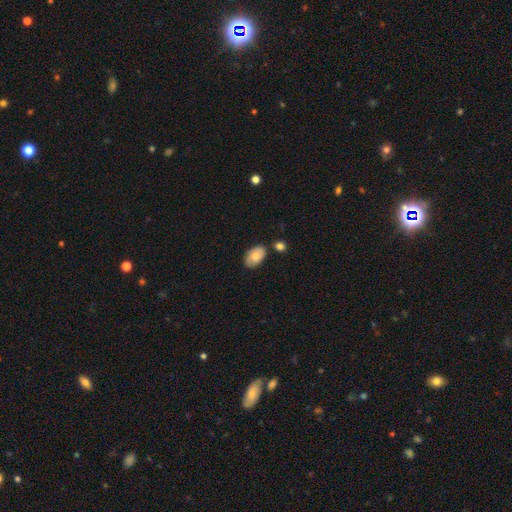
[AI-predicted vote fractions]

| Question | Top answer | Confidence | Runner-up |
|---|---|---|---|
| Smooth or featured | smooth | 80% | featured or disk (14%) |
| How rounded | in between | 93% | round (6%) |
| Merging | none | 72% | minor disturbance (19%) |